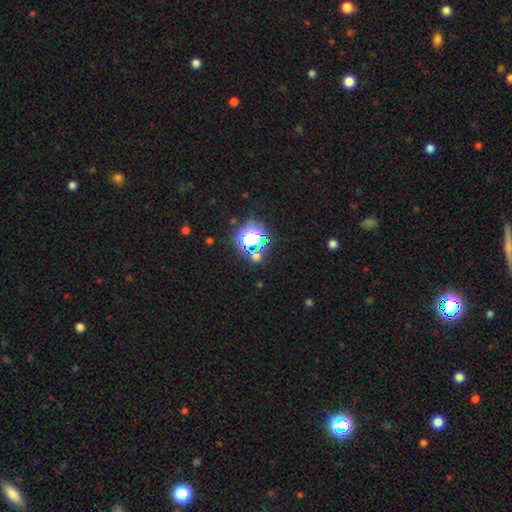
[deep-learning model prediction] Morphology: type=star or artifact (67%).